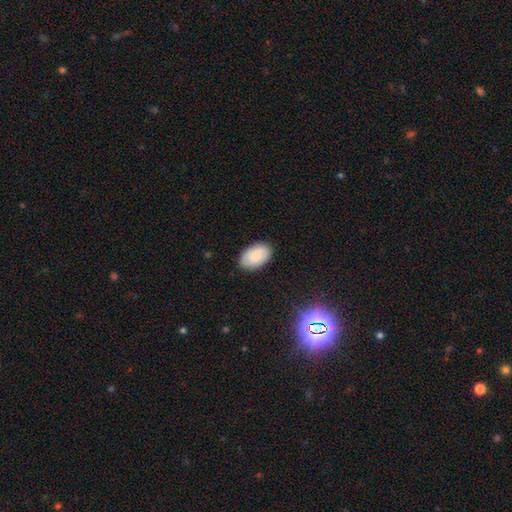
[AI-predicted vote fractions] A smooth galaxy with no disk features (70%) that is in between round and cigar-shaped (92%). Merging: none (86%).